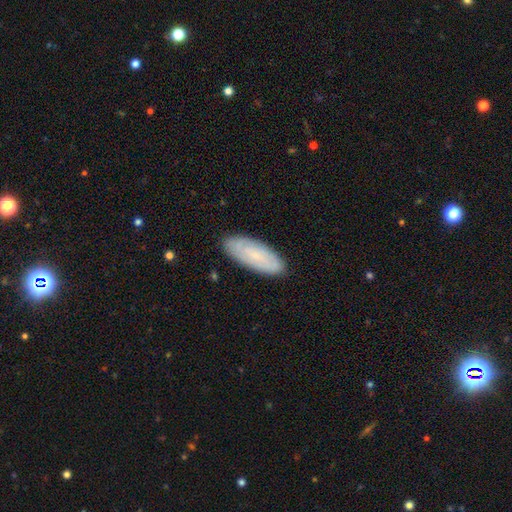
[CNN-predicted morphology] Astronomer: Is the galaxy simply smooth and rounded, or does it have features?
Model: smooth — 58% (runner-up: featured or disk, 35%).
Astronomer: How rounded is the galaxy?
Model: in between — 75%.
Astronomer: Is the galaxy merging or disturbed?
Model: none — 86%.